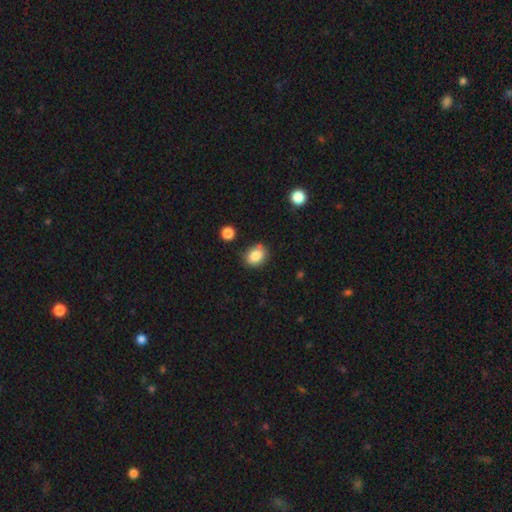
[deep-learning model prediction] Q: Smooth or featured?
A: smooth (84%); runner-up: star or artifact (9%)
Q: How rounded?
A: in between (55%); runner-up: round (44%)
Q: Merging?
A: none (74%); runner-up: minor disturbance (17%)